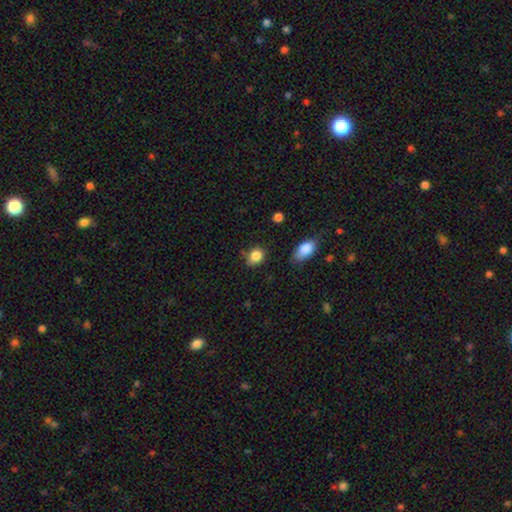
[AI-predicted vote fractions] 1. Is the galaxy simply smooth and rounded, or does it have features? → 86% smooth, 9% star or artifact, 5% featured or disk.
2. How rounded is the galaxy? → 50% round, 48% in between, 1% cigar-shaped.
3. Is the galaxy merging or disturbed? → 70% none, 22% minor disturbance, 4% major disturbance, 4% merger.